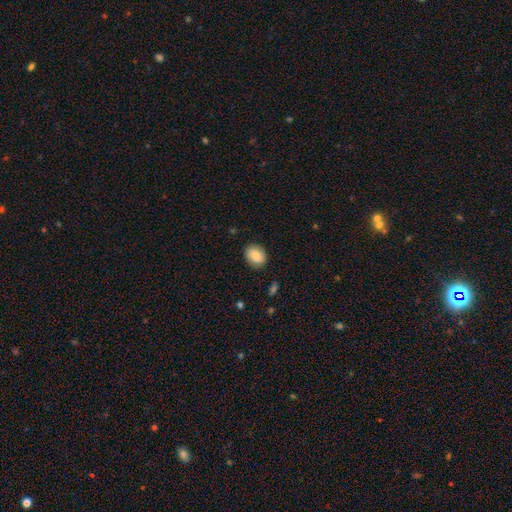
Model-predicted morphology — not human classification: A smooth galaxy with no disk features (79%) that is in between round and cigar-shaped (53%). Merging: none (85%).